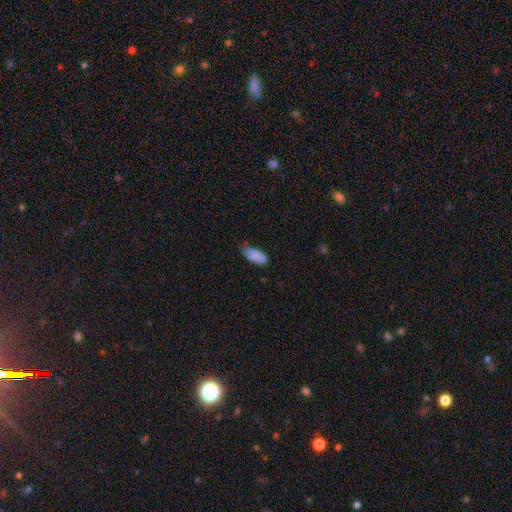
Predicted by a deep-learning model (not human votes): Smooth or featured: smooth — 85% (featured or disk — 9%)
How rounded: in between — 90% (cigar-shaped — 8%)
Merging: none — 59% (minor disturbance — 34%)